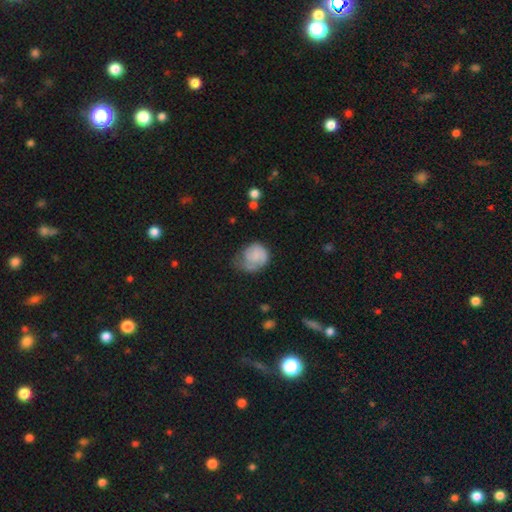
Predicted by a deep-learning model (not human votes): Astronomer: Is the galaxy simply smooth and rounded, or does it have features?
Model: smooth — 55% (runner-up: featured or disk, 37%).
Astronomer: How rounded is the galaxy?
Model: round — 67%.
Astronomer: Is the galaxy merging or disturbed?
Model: minor disturbance — 34%, tied with none at 34%.